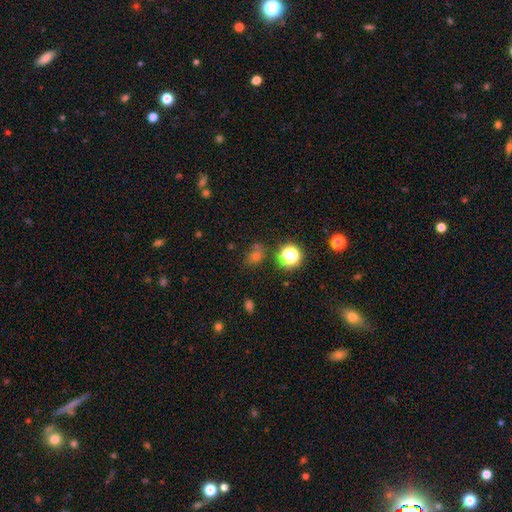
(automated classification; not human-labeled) smooth 51%, star or artifact 41%, featured or disk 9%. Down the decision tree: how rounded — round (65%); merging — none (72%).